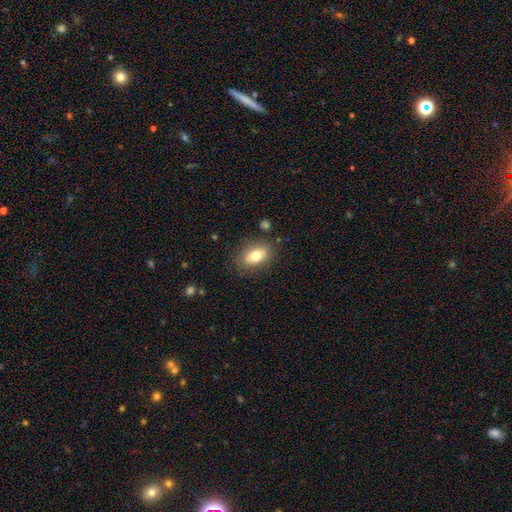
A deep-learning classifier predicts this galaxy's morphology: A smooth galaxy with no disk features (73%) that is in between round and cigar-shaped (86%).

Vote fractions:
- Smooth or featured? smooth: 73% / featured or disk: 19% / star or artifact: 8%
- How rounded? in between: 86% / round: 11% / cigar-shaped: 4%
- Merging? none: 81% / minor disturbance: 13% / major disturbance: 4% / merger: 2%